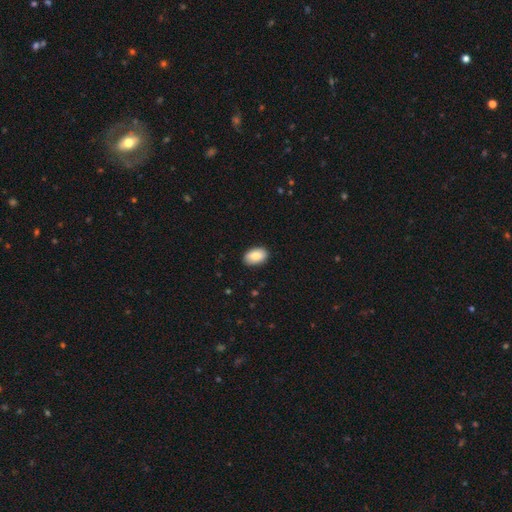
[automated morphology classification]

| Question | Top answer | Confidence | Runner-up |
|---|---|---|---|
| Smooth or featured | smooth | 86% | featured or disk (8%) |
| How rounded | in between | 92% | round (7%) |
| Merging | none | 88% | minor disturbance (9%) |